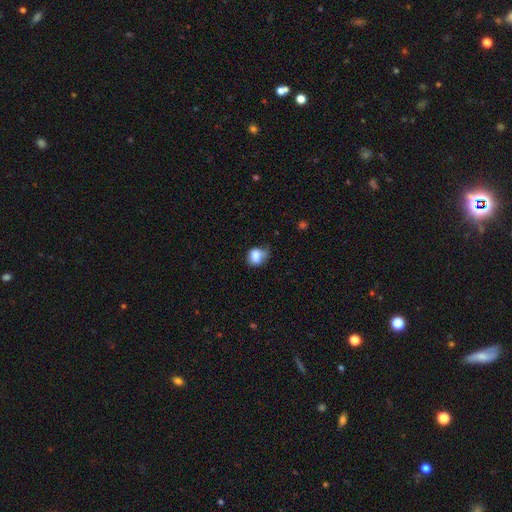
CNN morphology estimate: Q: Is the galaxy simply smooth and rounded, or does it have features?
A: smooth — 77%.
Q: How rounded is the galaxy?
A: in between — 55%.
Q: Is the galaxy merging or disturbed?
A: minor disturbance — 39%.